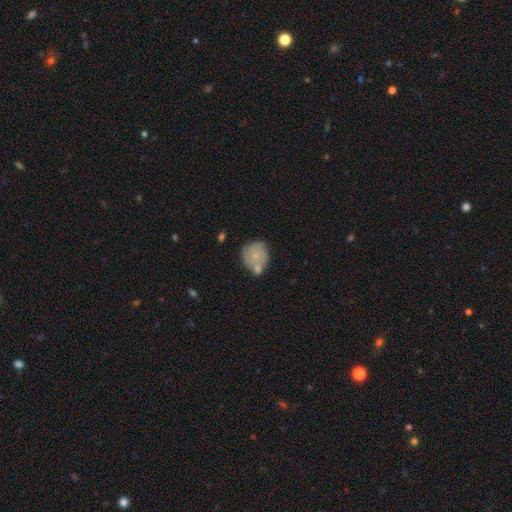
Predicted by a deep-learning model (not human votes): The model was most divided on "merging": none: 44%, merger: 30%, minor disturbance: 20%, major disturbance: 6%. More confident: how rounded — round (79%); smooth or featured — smooth (61%).